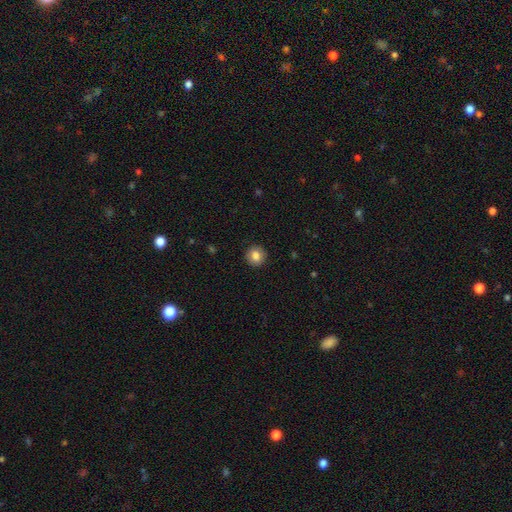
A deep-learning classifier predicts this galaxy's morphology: type=smooth (83%); roundness=round (90%); merging=none (91%).